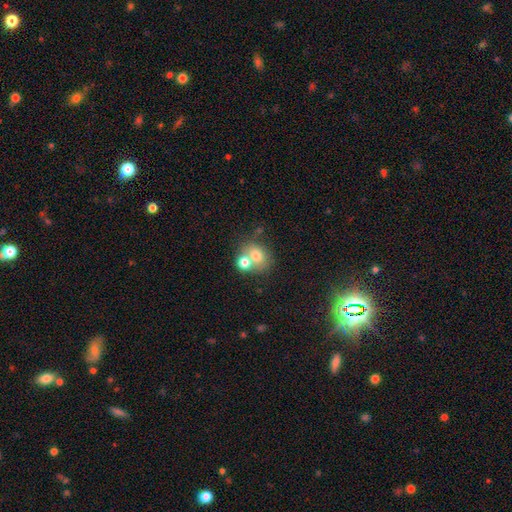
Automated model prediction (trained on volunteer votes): A smooth galaxy with no disk features (72%) that is round (64%).

Vote fractions:
- Smooth or featured? smooth: 72% / featured or disk: 17% / star or artifact: 11%
- How rounded? round: 64% / in between: 35% / cigar-shaped: 1%
- Merging? merger: 47% / none: 40% / minor disturbance: 9% / major disturbance: 4%